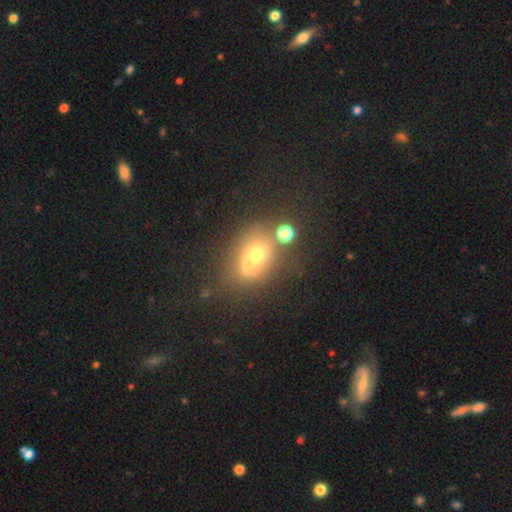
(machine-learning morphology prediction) Smooth or featured?
  - smooth: 51% *
  - featured or disk: 34%
  - star or artifact: 15%
How rounded?
  - in between: 53% *
  - round: 42%
  - cigar-shaped: 5%
Merging?
  - merger: 43% *
  - none: 34%
  - minor disturbance: 13%
  - major disturbance: 9%